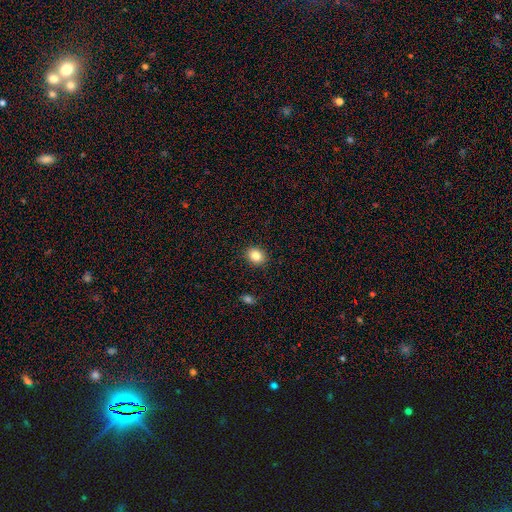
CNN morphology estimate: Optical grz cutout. It shows a smooth galaxy with no disk features (84%) that is round (54%). Merging: none (90%).